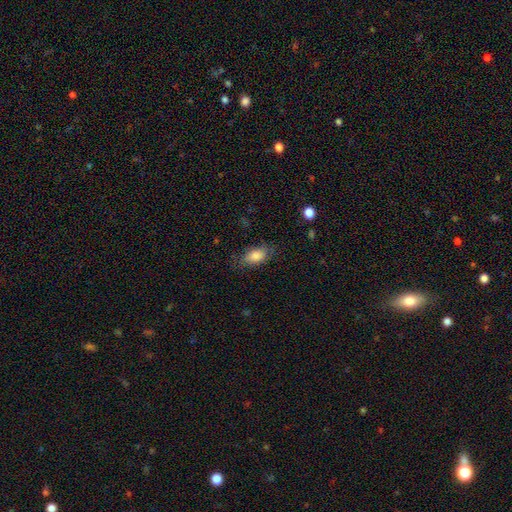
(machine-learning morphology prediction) A smooth galaxy with no disk features (82%) that is in between round and cigar-shaped (88%).

Vote fractions:
- Smooth or featured? smooth: 82% / featured or disk: 11% / star or artifact: 7%
- How rounded? in between: 88% / cigar-shaped: 7% / round: 5%
- Merging? none: 73% / minor disturbance: 19% / major disturbance: 6% / merger: 1%